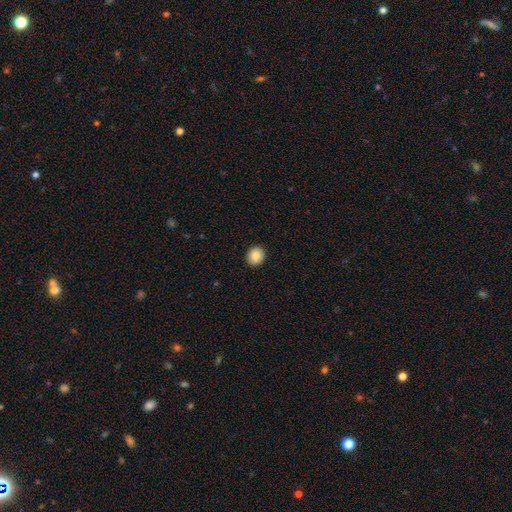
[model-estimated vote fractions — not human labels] smooth-or-featured: smooth: 87% | star or artifact: 8% | featured or disk: 5%
  how-rounded: round: 84% | in between: 15% | cigar-shaped: 1%
  merging: none: 92% | minor disturbance: 5% | major disturbance: 2% | merger: 1%